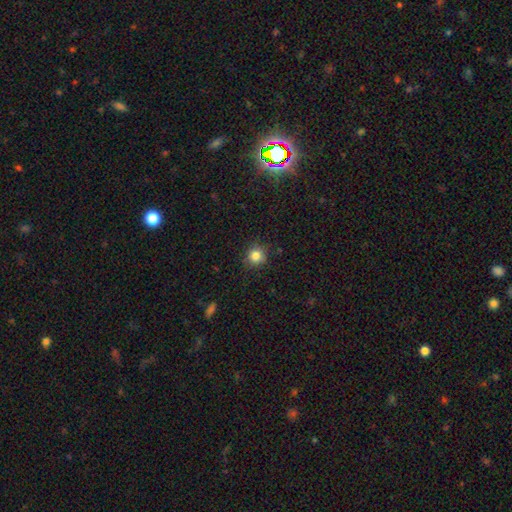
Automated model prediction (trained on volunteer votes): This appears to be a smooth galaxy with no disk features (83%) that is round (91%). Merging: none (85%).